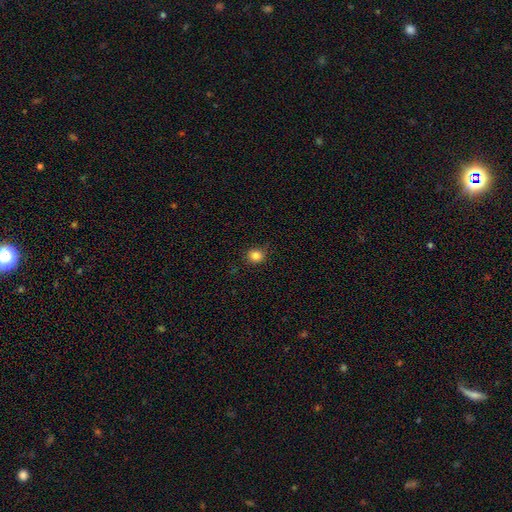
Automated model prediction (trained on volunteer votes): The model was most divided on "how rounded": round: 83%, in between: 16%, cigar-shaped: 1%. More confident: merging — none (85%); smooth or featured — smooth (84%).